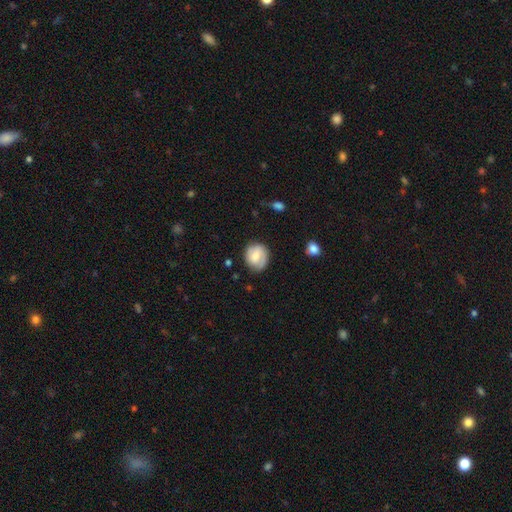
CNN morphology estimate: smooth 55%, featured or disk 38%, star or artifact 7%. Down the decision tree: how rounded — round (72%); merging — none (74%).